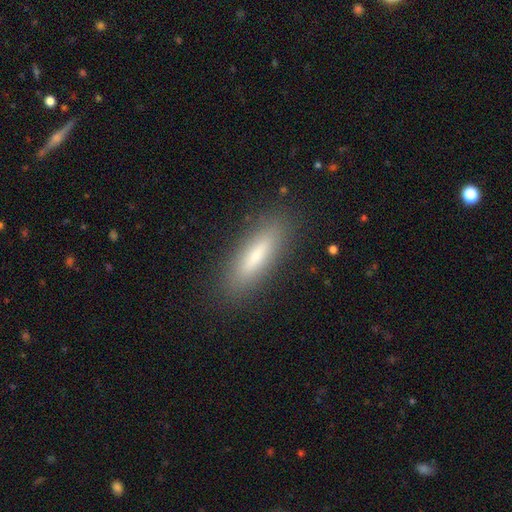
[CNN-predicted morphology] This appears to be a smooth galaxy with no disk features (70%) that is cigar-shaped (68%). Merging: none (88%).